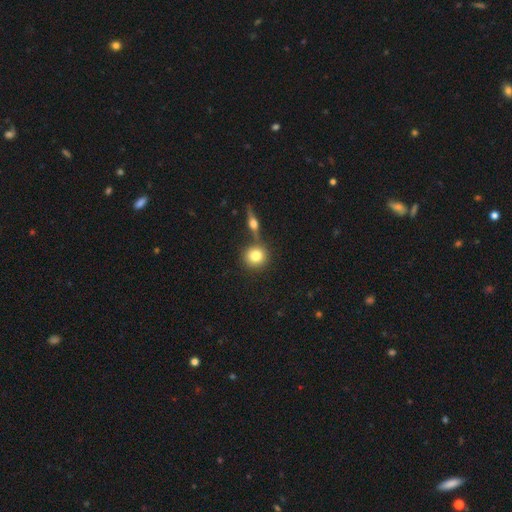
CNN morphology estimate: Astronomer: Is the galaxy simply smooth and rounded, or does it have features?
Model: smooth — 77%.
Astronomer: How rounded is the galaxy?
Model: round — 89%.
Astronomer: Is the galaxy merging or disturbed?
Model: none — 68%.